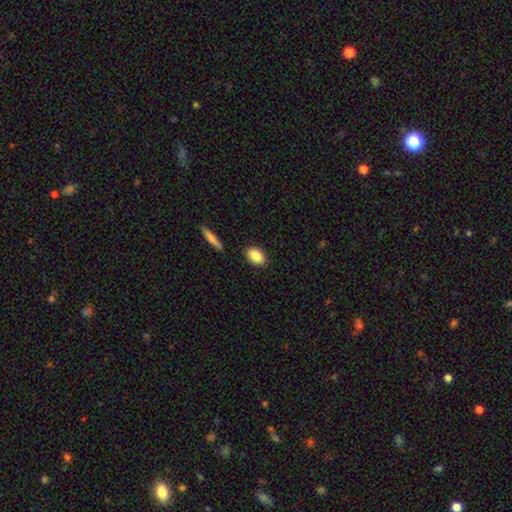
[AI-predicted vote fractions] A smooth galaxy with no disk features (87%) that is in between round and cigar-shaped (86%). Merging: none (86%).